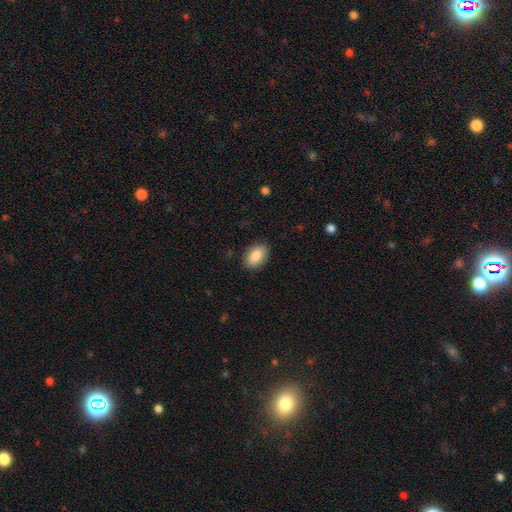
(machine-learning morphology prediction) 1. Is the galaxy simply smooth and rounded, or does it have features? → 86% smooth, 7% featured or disk, 7% star or artifact.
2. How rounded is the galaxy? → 87% in between, 11% round, 1% cigar-shaped.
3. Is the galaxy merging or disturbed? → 87% none, 9% minor disturbance, 2% major disturbance, 1% merger.